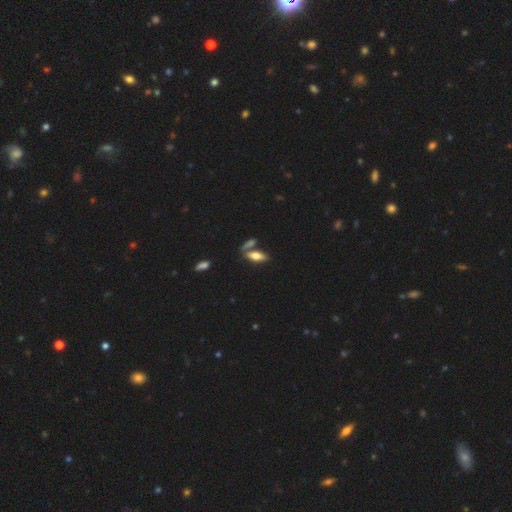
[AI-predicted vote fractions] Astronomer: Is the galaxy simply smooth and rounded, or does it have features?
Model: smooth — 65%.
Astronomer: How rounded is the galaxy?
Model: in between — 66%.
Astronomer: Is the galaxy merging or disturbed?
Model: none — 63%.